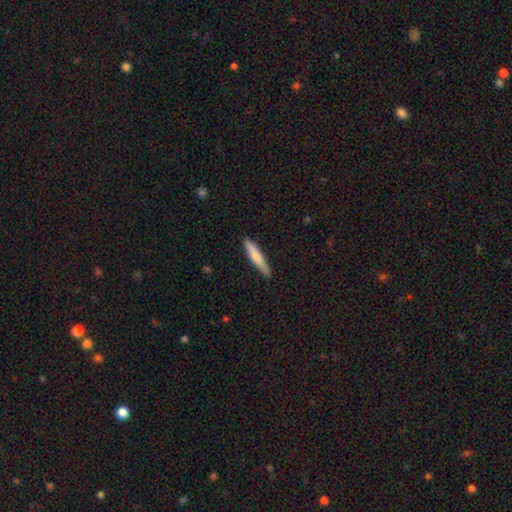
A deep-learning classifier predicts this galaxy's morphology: type=smooth (73%); roundness=cigar-shaped (90%); merging=none (88%).